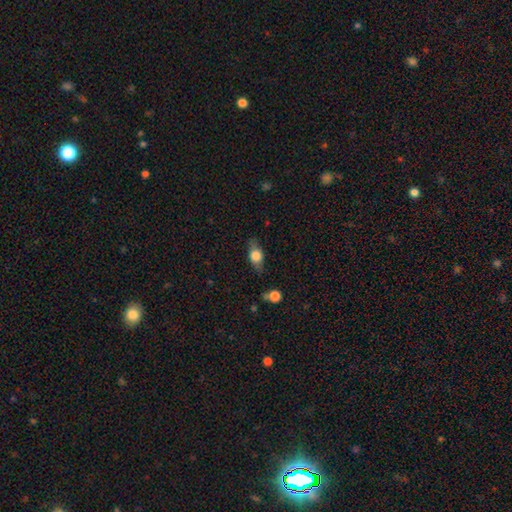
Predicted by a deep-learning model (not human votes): A smooth galaxy with no disk features (65%) that is in between round and cigar-shaped (73%).

Vote fractions:
- Smooth or featured? smooth: 65% / featured or disk: 27% / star or artifact: 8%
- How rounded? in between: 73% / round: 15% / cigar-shaped: 12%
- Merging? none: 74% / minor disturbance: 18% / major disturbance: 5% / merger: 3%